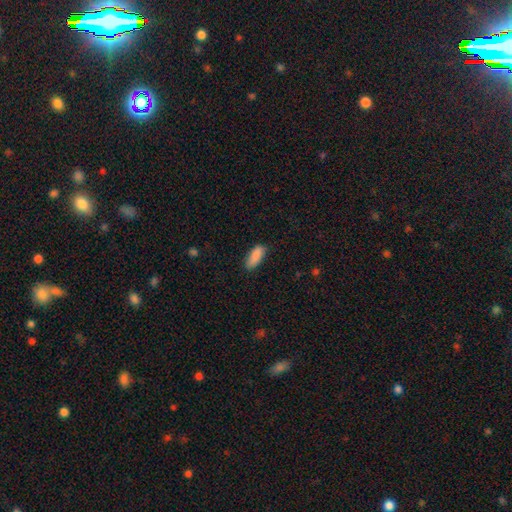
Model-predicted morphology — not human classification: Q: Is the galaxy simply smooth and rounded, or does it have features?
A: smooth — 89%.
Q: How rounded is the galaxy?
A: in between — 74%.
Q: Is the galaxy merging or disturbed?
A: none — 81%.